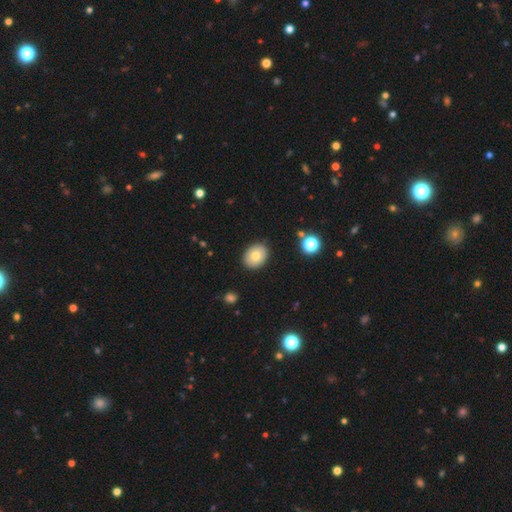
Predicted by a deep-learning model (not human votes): smooth_or_featured: smooth (p=0.79) [alt: featured or disk p=0.13]
how_rounded: in between (p=0.57) [alt: round p=0.42]
merging: none (p=0.88) [alt: minor disturbance p=0.09]